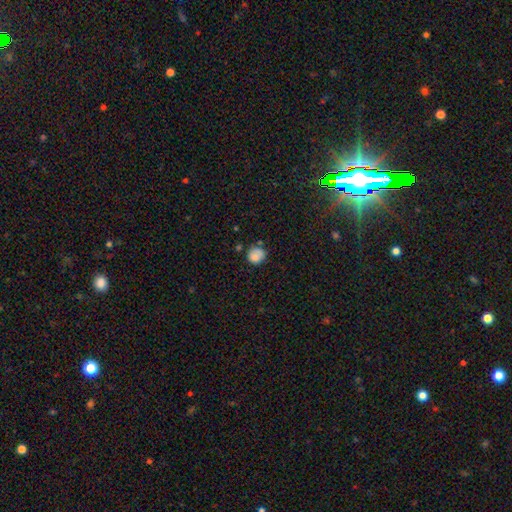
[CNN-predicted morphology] This is clearly a smooth galaxy (80%). How rounded: clearly round (84%). Merging: likely none (63%).